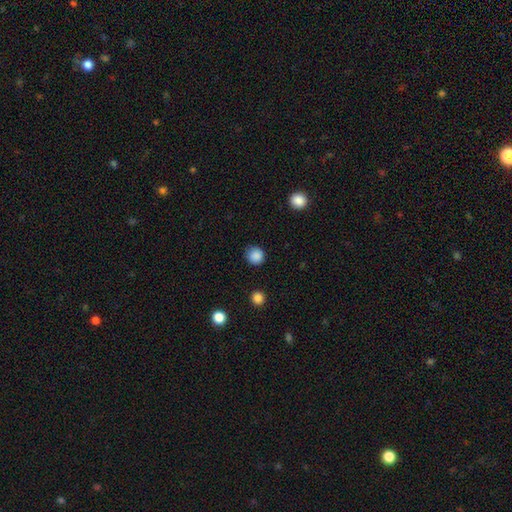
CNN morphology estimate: Smooth or featured? Predicted: smooth (p=0.87). How rounded? Predicted: round (p=0.93). Merging? Predicted: none (p=0.88).